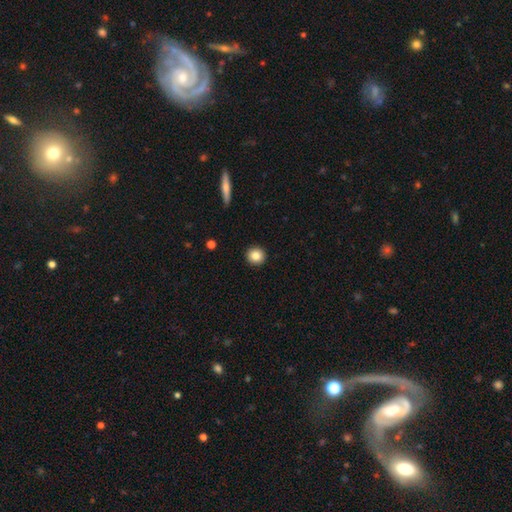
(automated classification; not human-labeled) The model was most divided on "smooth or featured": smooth: 84%, star or artifact: 9%, featured or disk: 7%. More confident: how rounded — round (94%); merging — none (93%).